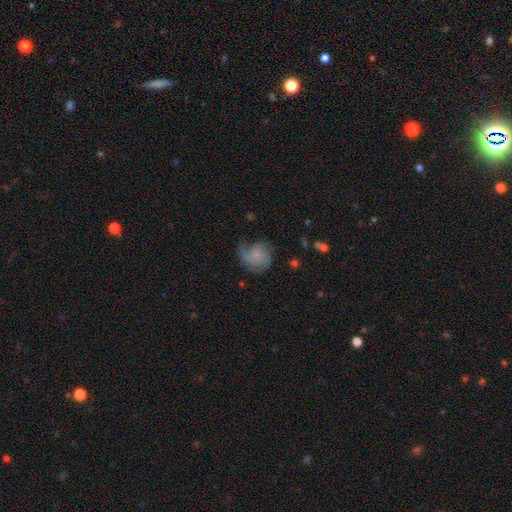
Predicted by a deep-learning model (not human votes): Overall: featured or disk (63%; smooth 29%). Edge-on disk: no (98%). Bar: no (76%). Spiral arms: yes (91%). Spiral arm count: 1 (30%; 2 24%). Spiral winding: medium (39%; loose 36%). Bulge size: none (43%; small 38%). Merging: none (52%; major disturbance 23%).